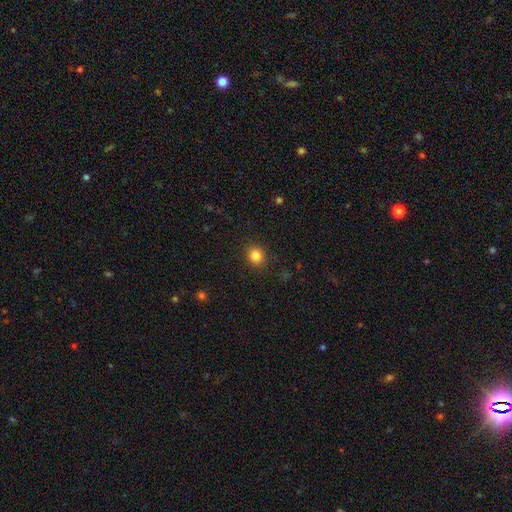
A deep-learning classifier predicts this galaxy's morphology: type=smooth (84%); roundness=round (82%); merging=none (91%).